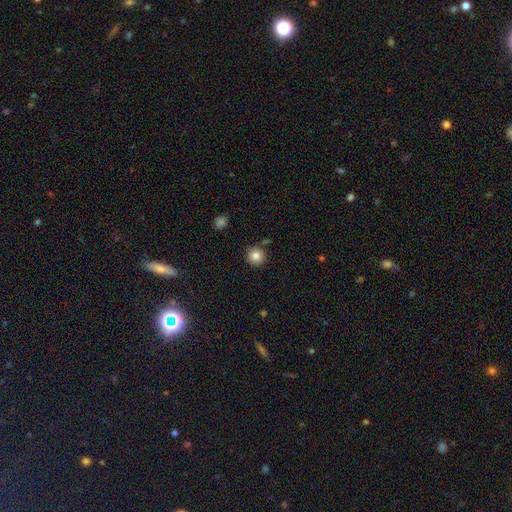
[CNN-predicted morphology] A smooth galaxy with no disk features (84%) that is round (93%). Merging: none (86%).